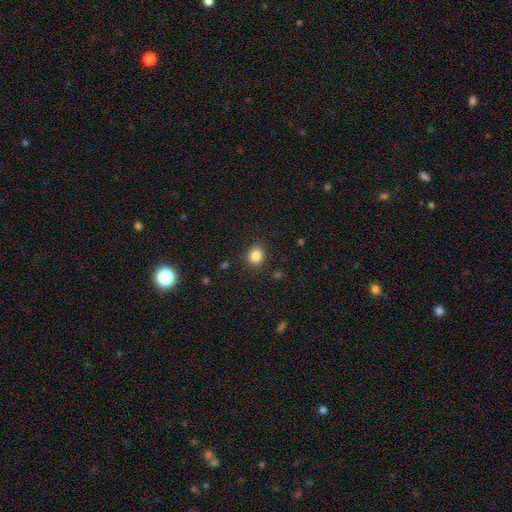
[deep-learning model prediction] smooth 84%, star or artifact 11%, featured or disk 5%. Down the decision tree: how rounded — round (81%); merging — none (90%).